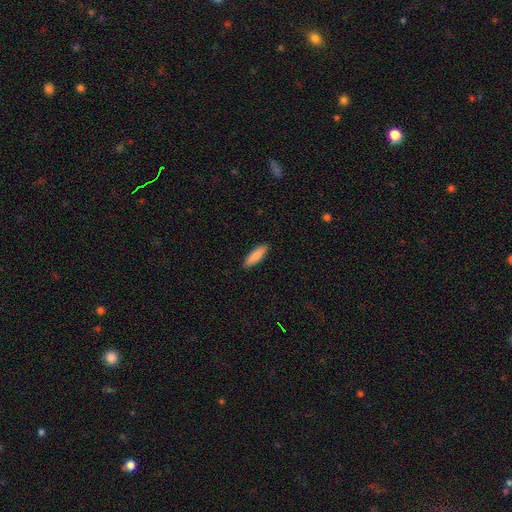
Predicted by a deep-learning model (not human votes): This appears to be a smooth galaxy with no disk features (86%) that is cigar-shaped (64%). Merging: none (91%).